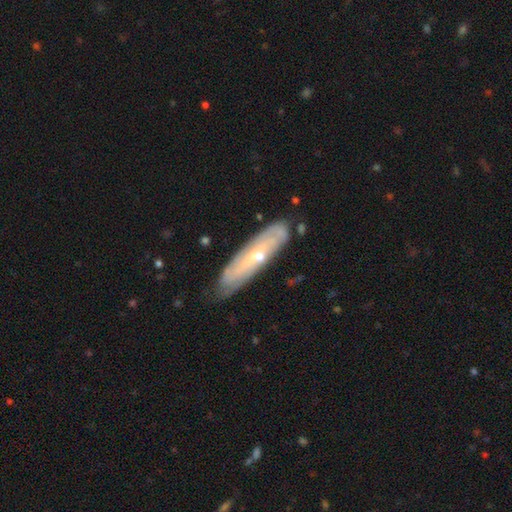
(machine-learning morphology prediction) This is likely a featured or disk galaxy (66%). It is likely not viewed edge-on (65%). Merging: likely none (74%).